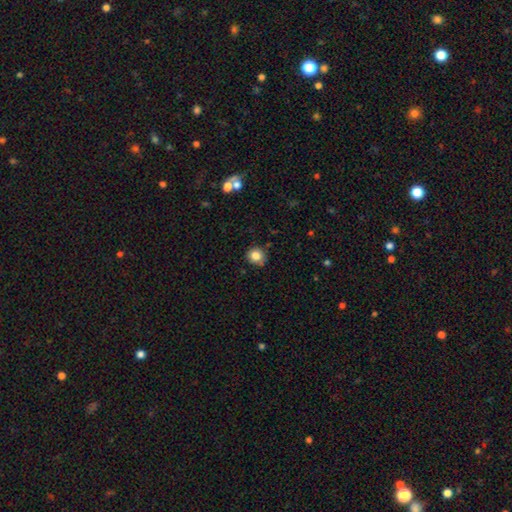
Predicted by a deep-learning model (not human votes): This appears to be a smooth galaxy with no disk features (84%) that is round (90%). Merging: none (83%).